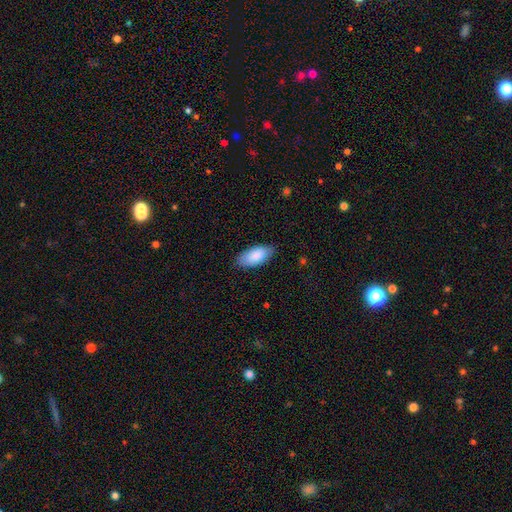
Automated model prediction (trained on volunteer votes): A smooth galaxy with no disk features (87%) that is in between round and cigar-shaped (92%).

Vote fractions:
- Smooth or featured? smooth: 87% / featured or disk: 8% / star or artifact: 5%
- How rounded? in between: 92% / cigar-shaped: 6% / round: 2%
- Merging? none: 83% / minor disturbance: 14% / major disturbance: 2% / merger: 1%